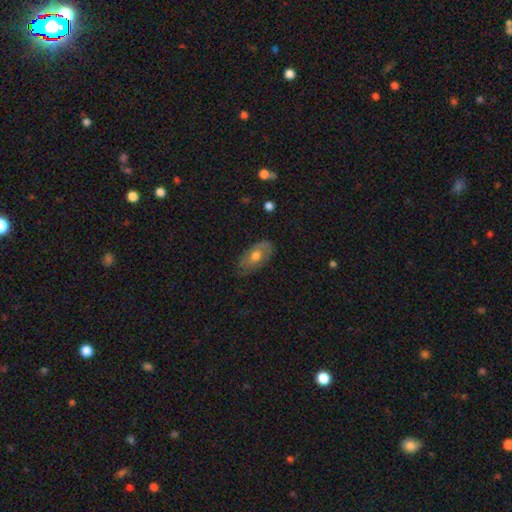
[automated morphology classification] Smooth or featured? Predicted: smooth (p=0.51). How rounded? Predicted: in between (p=0.90). Merging? Predicted: none (p=0.71).